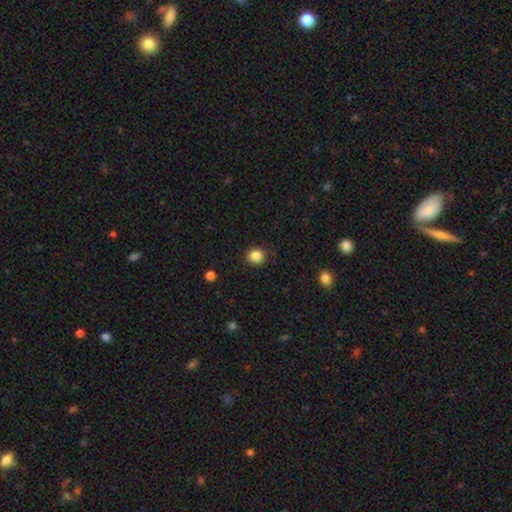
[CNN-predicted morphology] smooth 86%, star or artifact 11%, featured or disk 4%. Down the decision tree: how rounded — round (88%); merging — none (88%).